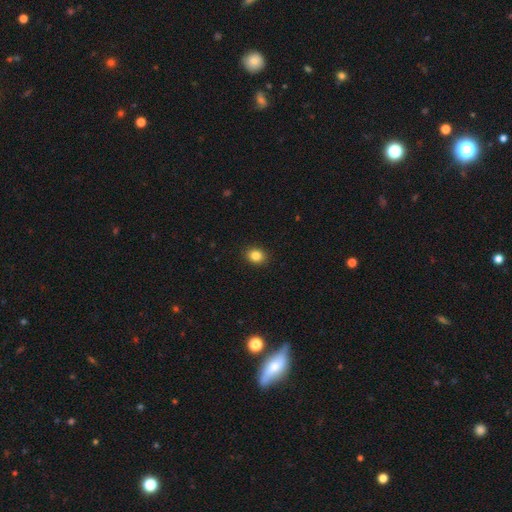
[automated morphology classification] The model was most divided on "how rounded": round: 54%, in between: 45%, cigar-shaped: 1%. More confident: merging — none (91%); smooth or featured — smooth (85%).